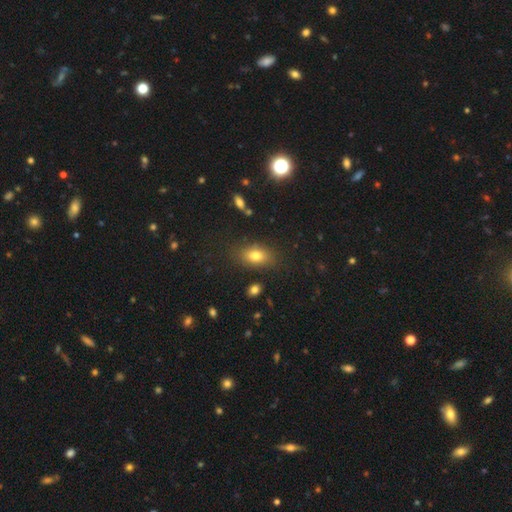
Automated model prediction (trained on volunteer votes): Morphology: type=smooth (78%); roundness=in between (83%); merging=none (82%).